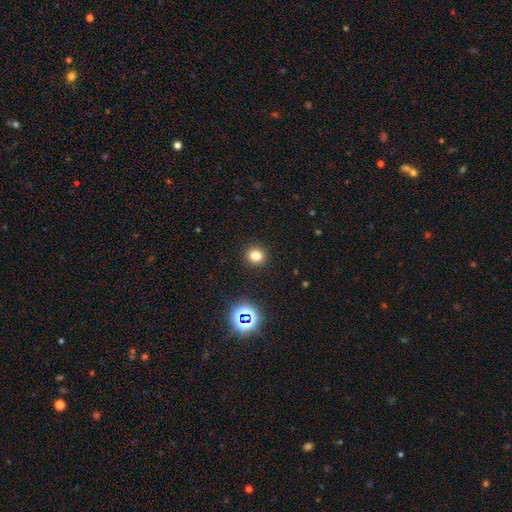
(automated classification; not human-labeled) Smooth or featured?
  - smooth: 77% *
  - star or artifact: 18%
  - featured or disk: 6%
How rounded?
  - round: 88% *
  - in between: 11%
  - cigar-shaped: 1%
Merging?
  - none: 92% *
  - minor disturbance: 5%
  - major disturbance: 2%
  - merger: 1%